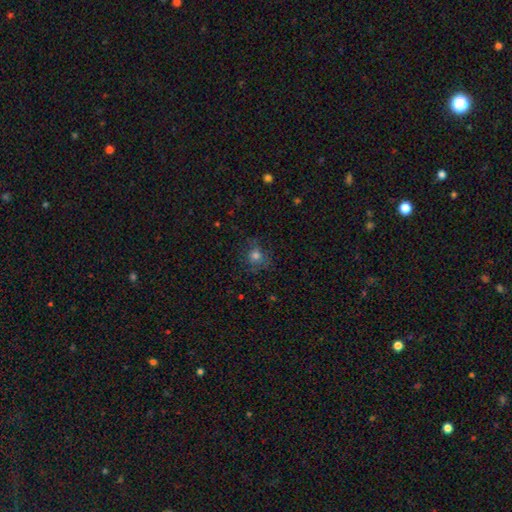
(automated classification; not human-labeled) Smooth or featured: smooth — 68% (star or artifact — 19%)
How rounded: round — 85% (in between — 14%)
Merging: none — 74% (minor disturbance — 16%)